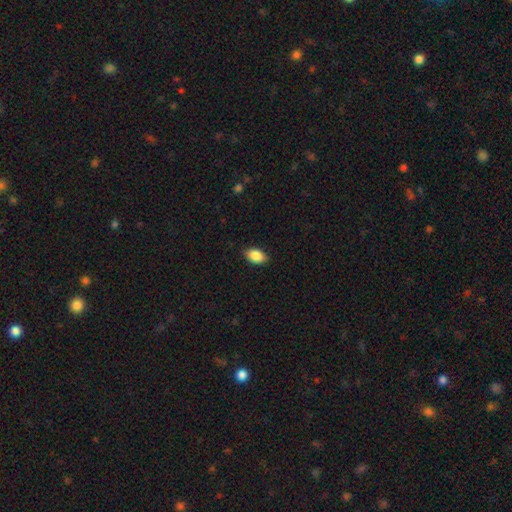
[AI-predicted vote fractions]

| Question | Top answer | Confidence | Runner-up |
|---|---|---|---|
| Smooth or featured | smooth | 87% | star or artifact (7%) |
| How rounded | in between | 89% | round (9%) |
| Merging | none | 85% | minor disturbance (12%) |